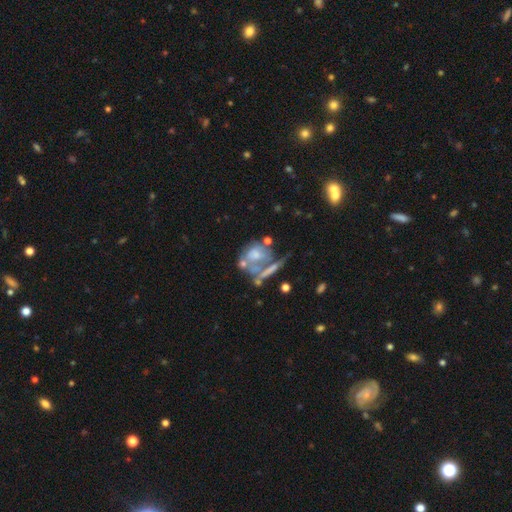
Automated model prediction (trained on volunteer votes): smooth_or_featured: featured or disk (p=0.54) [alt: smooth p=0.35]
disk_edge_on: no (p=0.95) [alt: yes p=0.05]
bar: no (p=0.86) [alt: weak p=0.10]
has_spiral_arms: no (p=0.80) [alt: yes p=0.20]
bulge_size: none (p=0.36) [alt: moderate p=0.30]
merging: merger (p=0.30) [alt: major disturbance p=0.29]